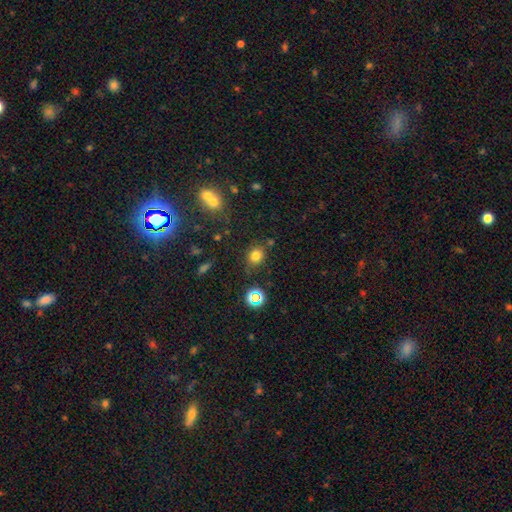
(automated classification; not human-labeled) This is likely a smooth galaxy (76%). How rounded: likely round (69%). Merging: likely none (77%).